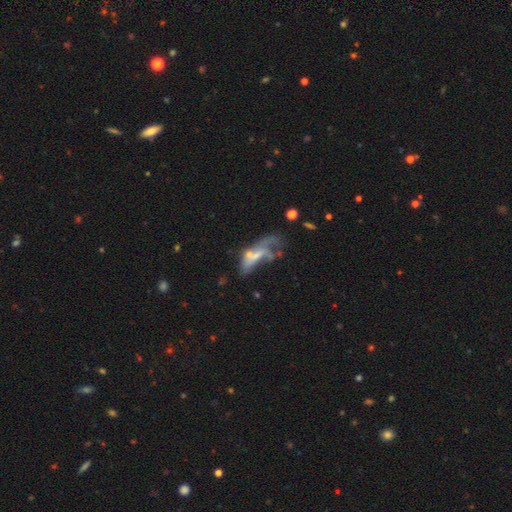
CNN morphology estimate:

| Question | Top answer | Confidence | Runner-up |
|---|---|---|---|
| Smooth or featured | featured or disk | 53% | smooth (33%) |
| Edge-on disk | no | 88% | yes (12%) |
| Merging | major disturbance | 41% | merger (27%) |